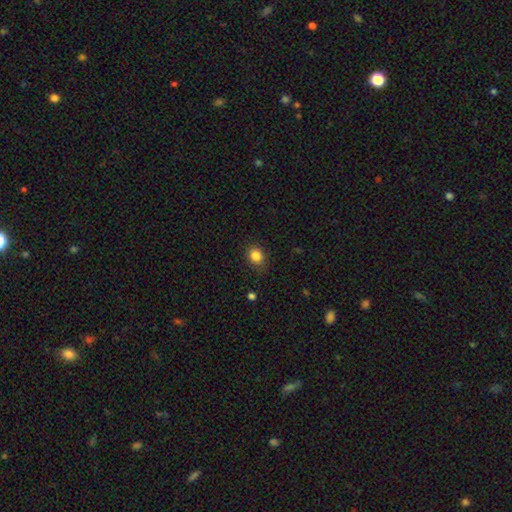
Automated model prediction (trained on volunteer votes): smooth-or-featured: smooth: 84% | star or artifact: 11% | featured or disk: 4%
  how-rounded: round: 65% | in between: 34% | cigar-shaped: 1%
  merging: none: 83% | minor disturbance: 13% | major disturbance: 3% | merger: 1%